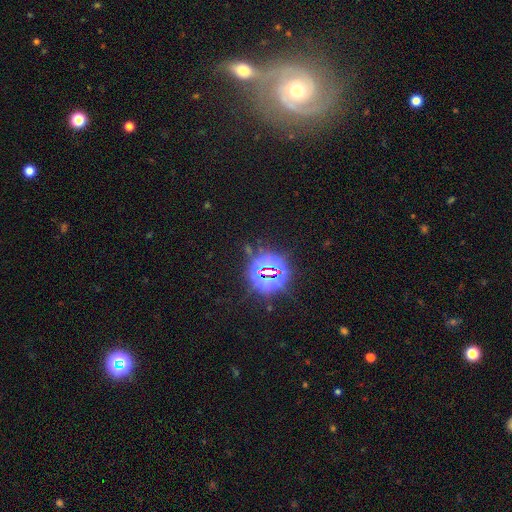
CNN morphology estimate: The model was most divided on "smooth or featured": star or artifact: 46%, featured or disk: 35%, smooth: 18%.